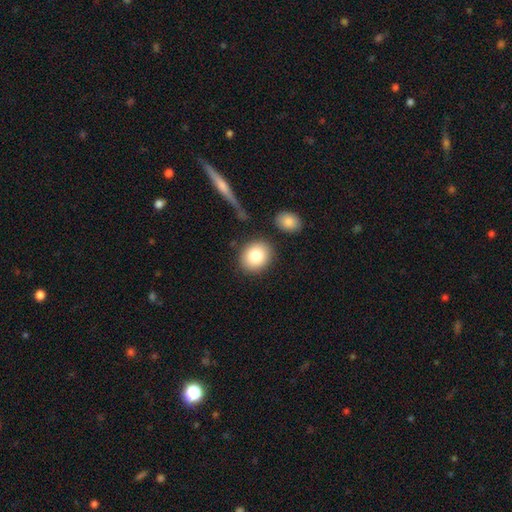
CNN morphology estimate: A smooth galaxy with no disk features (83%) that is round (67%).

Vote fractions:
- Smooth or featured? smooth: 83% / featured or disk: 9% / star or artifact: 8%
- How rounded? round: 67% / in between: 32% / cigar-shaped: 1%
- Merging? none: 83% / minor disturbance: 9% / merger: 5% / major disturbance: 3%